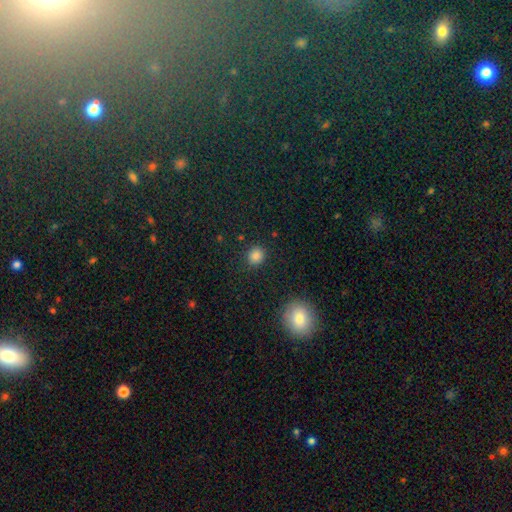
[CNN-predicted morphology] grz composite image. It shows a smooth galaxy with no disk features (84%) that is round (82%). Merging: none (88%).